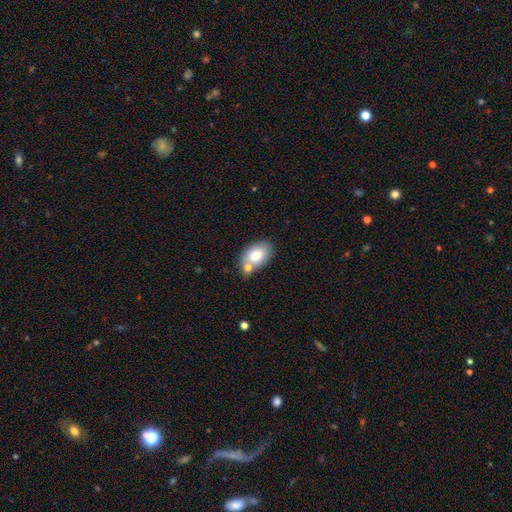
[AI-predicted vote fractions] Smooth or featured? Predicted: smooth (p=0.75). How rounded? Predicted: in between (p=0.87). Merging? Predicted: none (p=0.50).